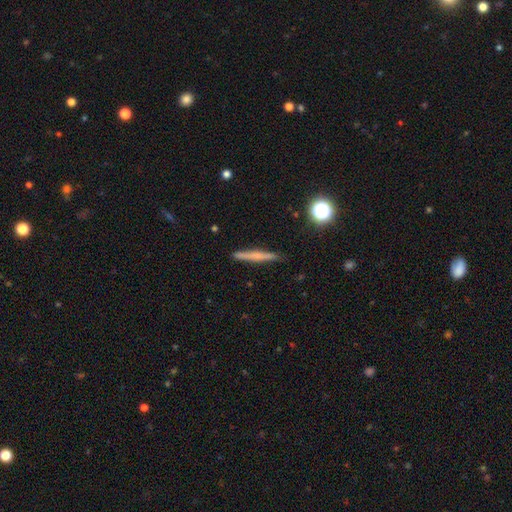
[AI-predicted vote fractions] Smooth or featured? Predicted: smooth (p=0.50). Merging? Predicted: none (p=0.89).